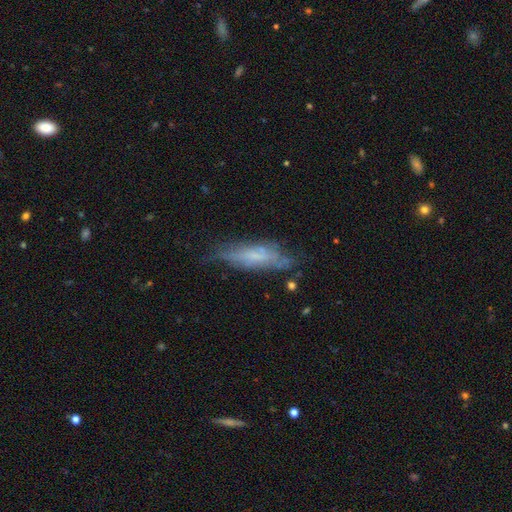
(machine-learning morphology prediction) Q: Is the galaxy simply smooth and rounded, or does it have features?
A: featured or disk — 50%.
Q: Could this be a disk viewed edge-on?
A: yes — 55%.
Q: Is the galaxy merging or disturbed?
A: none — 58%.